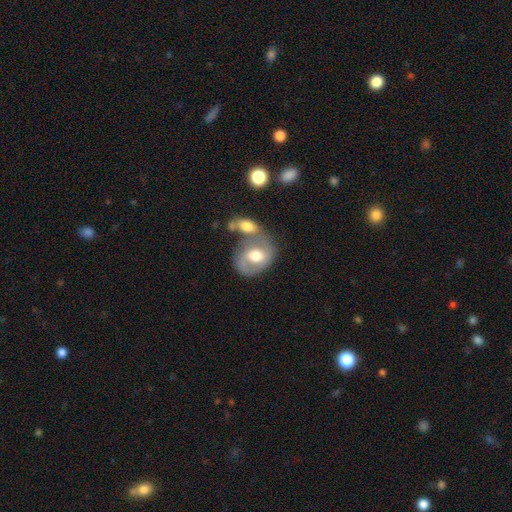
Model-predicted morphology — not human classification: featured or disk 56%, smooth 38%, star or artifact 6%. Down the decision tree: edge-on disk — no (96%); bar — no (57%); spiral arms — yes (64%); bulge size — moderate (66%); merging — merger (42%).